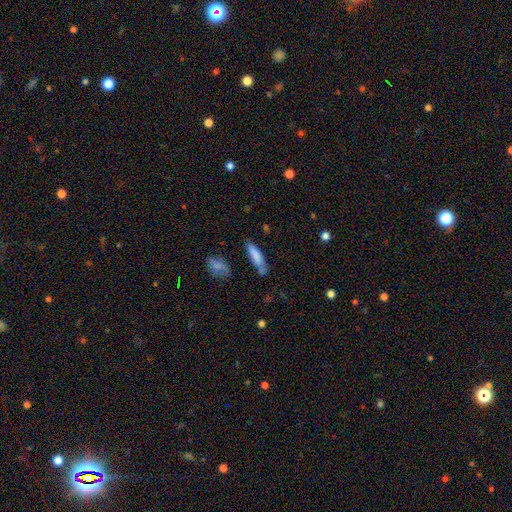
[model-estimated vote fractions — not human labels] Q: Smooth or featured?
A: smooth (77%); runner-up: featured or disk (16%)
Q: How rounded?
A: cigar-shaped (67%); runner-up: in between (31%)
Q: Merging?
A: none (63%); runner-up: minor disturbance (21%)